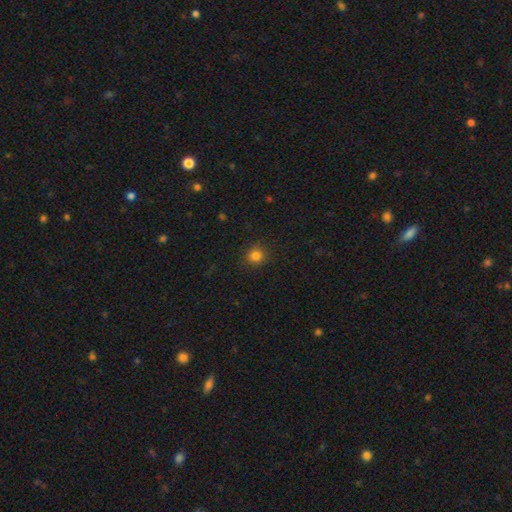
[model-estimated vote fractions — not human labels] Smooth or featured?
  - smooth: 82% *
  - star or artifact: 14%
  - featured or disk: 4%
How rounded?
  - round: 90% *
  - in between: 9%
  - cigar-shaped: 1%
Merging?
  - none: 89% *
  - minor disturbance: 8%
  - major disturbance: 3%
  - merger: 1%